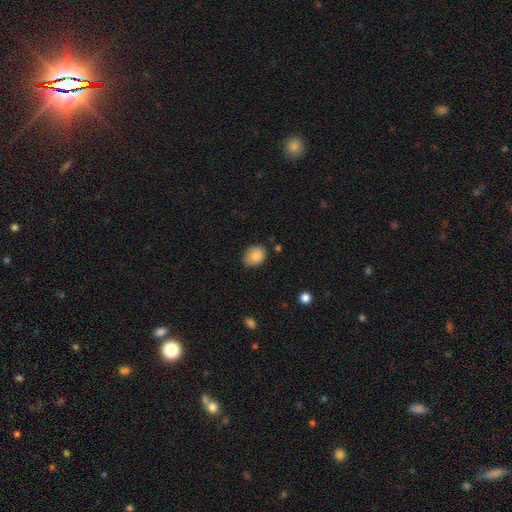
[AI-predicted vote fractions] Morphology: type=smooth (86%); roundness=in between (61%); merging=none (76%).